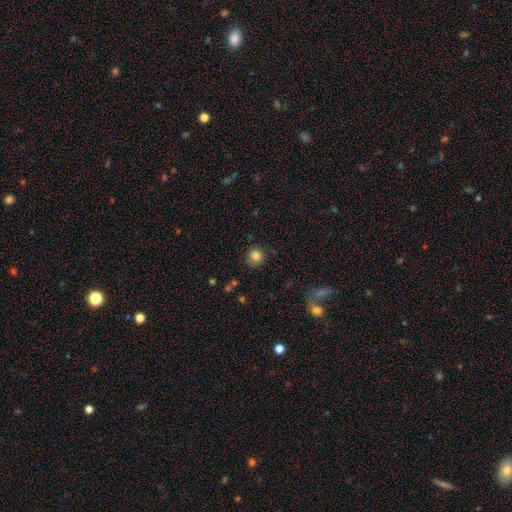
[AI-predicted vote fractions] smooth_or_featured: smooth (p=0.83) [alt: star or artifact p=0.11]
how_rounded: round (p=0.89) [alt: in between p=0.10]
merging: none (p=0.83) [alt: minor disturbance p=0.12]